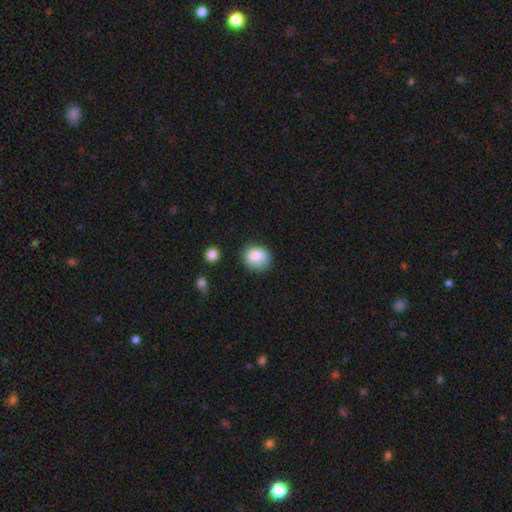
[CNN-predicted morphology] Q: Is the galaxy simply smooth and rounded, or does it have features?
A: smooth — 84%.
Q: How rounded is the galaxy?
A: round — 63%.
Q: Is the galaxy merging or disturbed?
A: none — 74%.